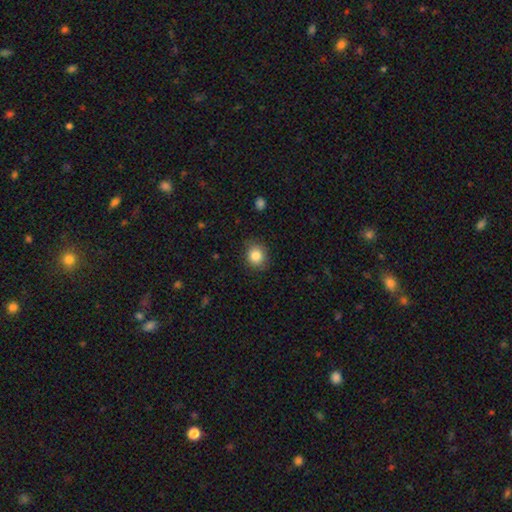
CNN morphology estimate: Smooth or featured? Predicted: smooth (p=0.84). How rounded? Predicted: round (p=0.76). Merging? Predicted: none (p=0.86).